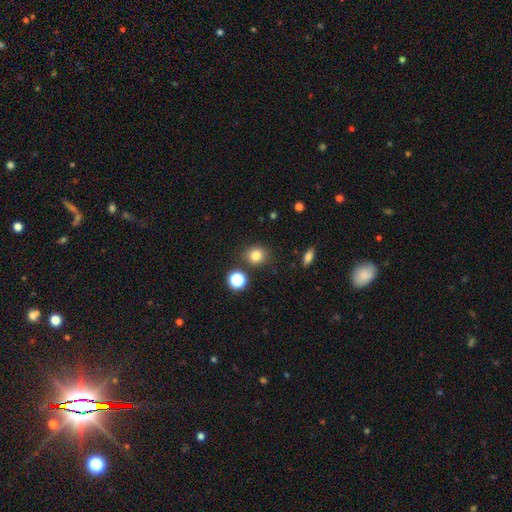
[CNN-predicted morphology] The model was most divided on "how rounded": round: 82%, in between: 17%, cigar-shaped: 1%. More confident: merging — none (82%); smooth or featured — smooth (81%).